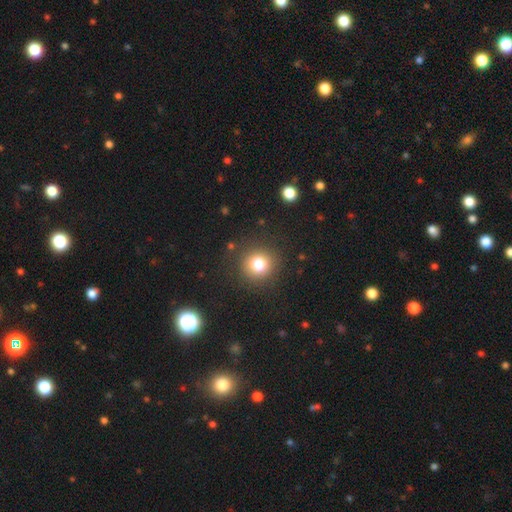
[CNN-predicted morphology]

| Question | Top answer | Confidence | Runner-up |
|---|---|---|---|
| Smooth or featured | smooth | 69% | star or artifact (25%) |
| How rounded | round | 95% | in between (4%) |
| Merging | none | 91% | minor disturbance (5%) |